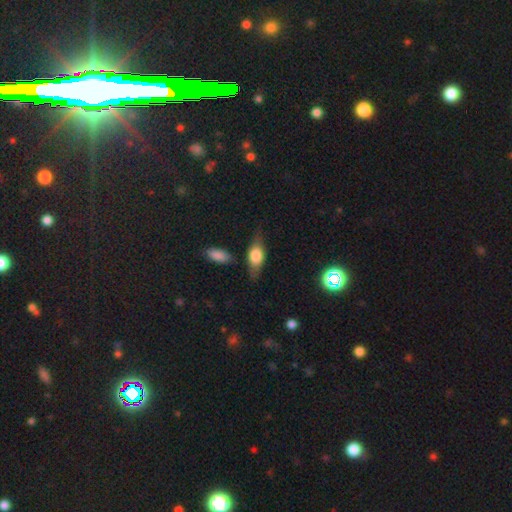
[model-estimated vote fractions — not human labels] Smooth or featured?
  - smooth: 55% *
  - featured or disk: 37%
  - star or artifact: 8%
How rounded?
  - in between: 73% *
  - cigar-shaped: 19%
  - round: 8%
Merging?
  - none: 65% *
  - minor disturbance: 22%
  - major disturbance: 8%
  - merger: 5%